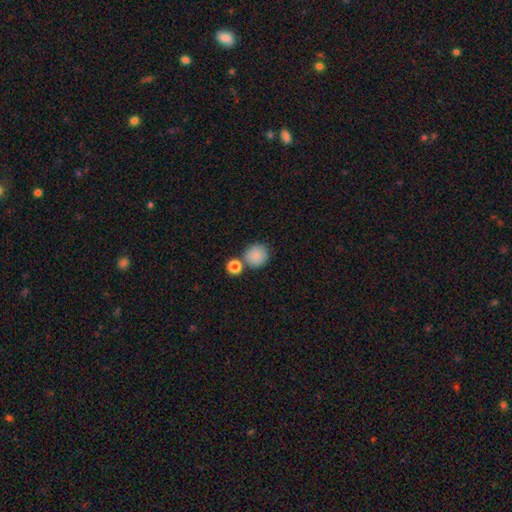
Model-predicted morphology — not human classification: This appears to be a smooth galaxy with no disk features (86%) that is round (88%). Merging: none (71%).